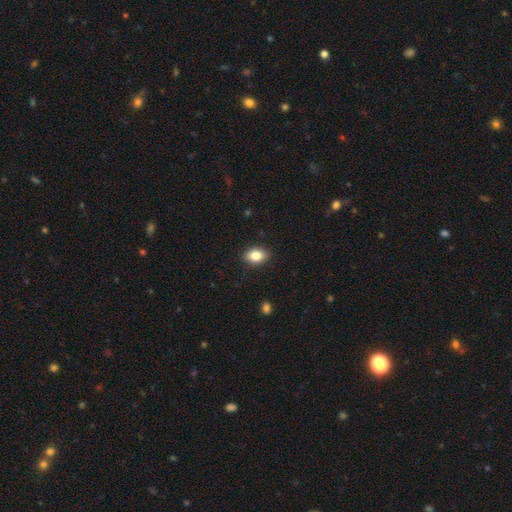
This appears to be a smooth galaxy with no disk features (85%) that is in between round and cigar-shaped (88%). Merging: none (90%).